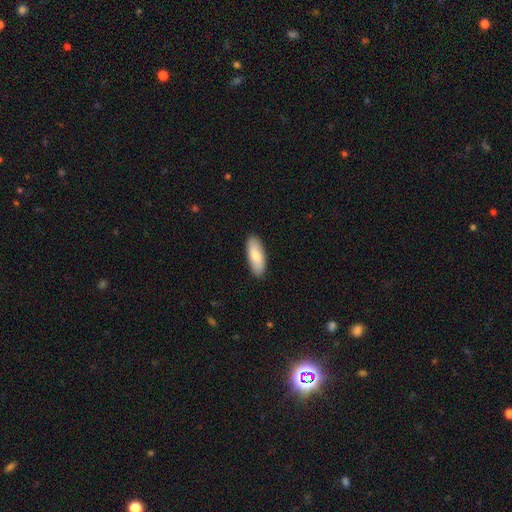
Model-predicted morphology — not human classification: smooth_or_featured: smooth (p=0.81) [alt: featured or disk p=0.13]
how_rounded: in between (p=0.75) [alt: cigar-shaped p=0.23]
merging: none (p=0.89) [alt: minor disturbance p=0.08]